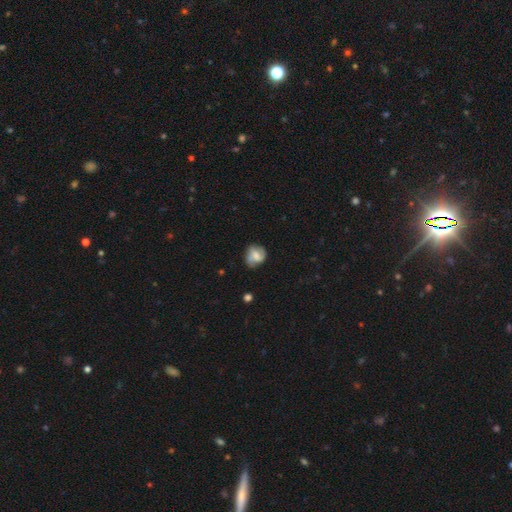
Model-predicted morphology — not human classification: This is possibly a smooth galaxy (54%). How rounded: likely round (68%). Merging: possibly none (58%).